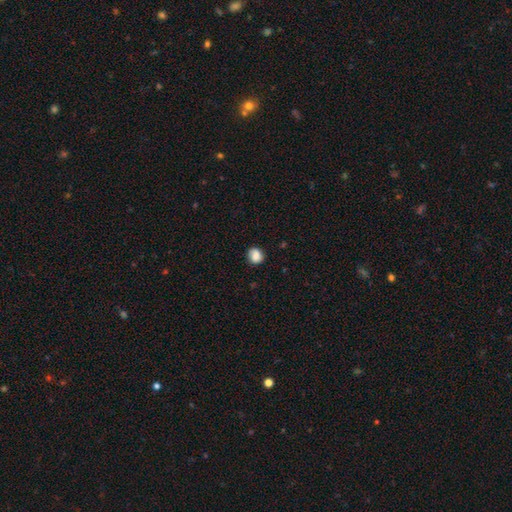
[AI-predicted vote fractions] Overall: smooth (85%). How rounded: round (76%). Merging: none (82%).